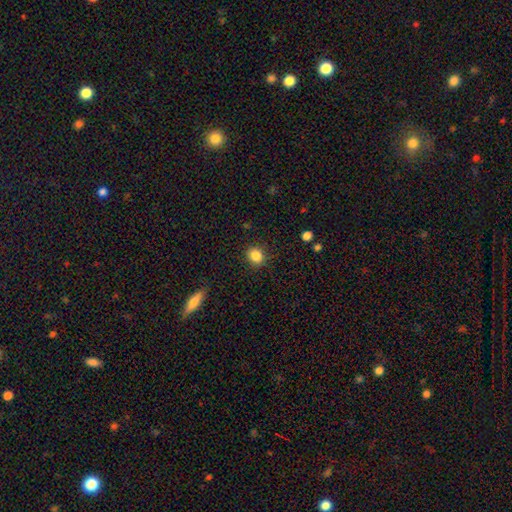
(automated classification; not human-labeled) This is clearly a smooth galaxy (86%). How rounded: likely round (70%). Merging: clearly none (87%).